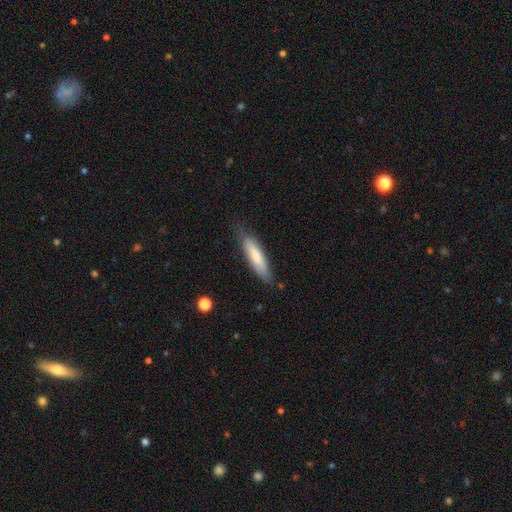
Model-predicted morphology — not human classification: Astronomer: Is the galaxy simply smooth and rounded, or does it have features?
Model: smooth — 73%.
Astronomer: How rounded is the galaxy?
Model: cigar-shaped — 77%.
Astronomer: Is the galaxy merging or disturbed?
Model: none — 76%.